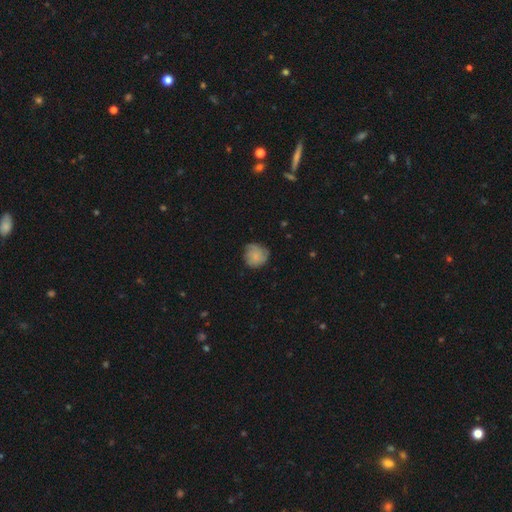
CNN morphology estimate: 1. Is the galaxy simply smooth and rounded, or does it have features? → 66% smooth, 25% featured or disk, 9% star or artifact.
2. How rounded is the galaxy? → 87% round, 12% in between, 1% cigar-shaped.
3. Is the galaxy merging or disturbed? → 69% none, 23% minor disturbance, 6% major disturbance, 1% merger.